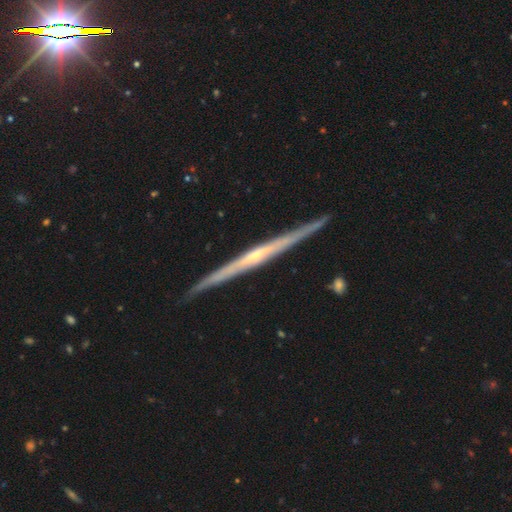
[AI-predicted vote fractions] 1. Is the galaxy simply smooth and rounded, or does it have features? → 83% featured or disk, 11% smooth, 6% star or artifact.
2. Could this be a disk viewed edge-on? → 98% yes, 2% no.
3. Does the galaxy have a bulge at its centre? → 53% rounded, 41% none, 6% boxy.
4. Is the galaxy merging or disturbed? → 90% none, 7% minor disturbance, 1% major disturbance, 1% merger.